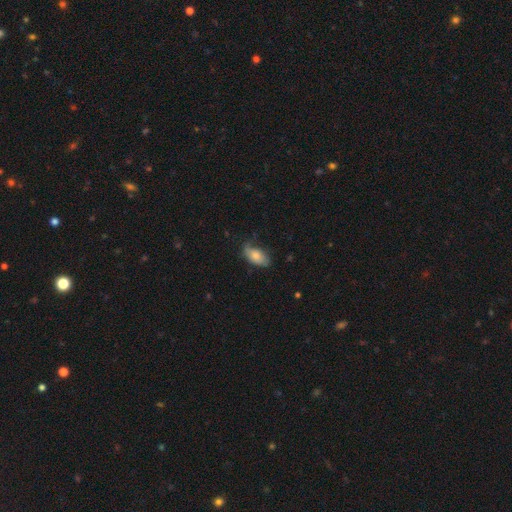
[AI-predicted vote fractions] Smooth or featured? Predicted: smooth (p=0.72). How rounded? Predicted: in between (p=0.91). Merging? Predicted: none (p=0.59).